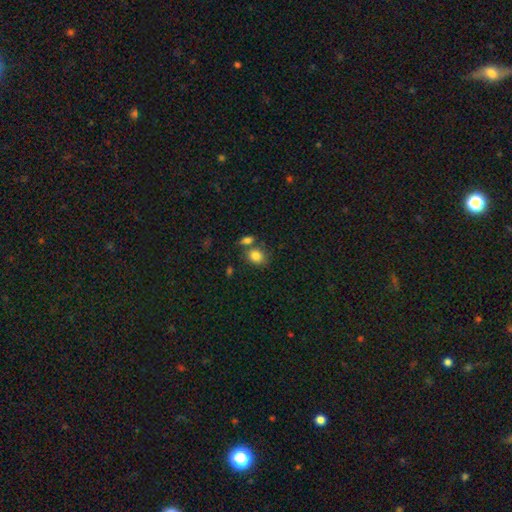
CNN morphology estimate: This is clearly a smooth galaxy (84%). How rounded: possibly round (50%). Merging: likely none (61%).